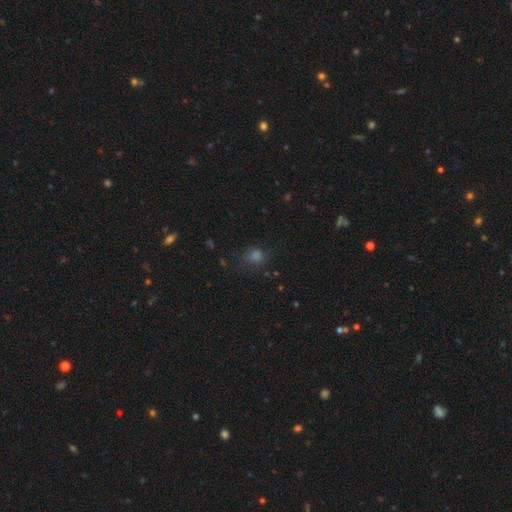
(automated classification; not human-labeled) This appears to be a smooth galaxy with no disk features (65%) that is round (70%). Merging: none (73%).